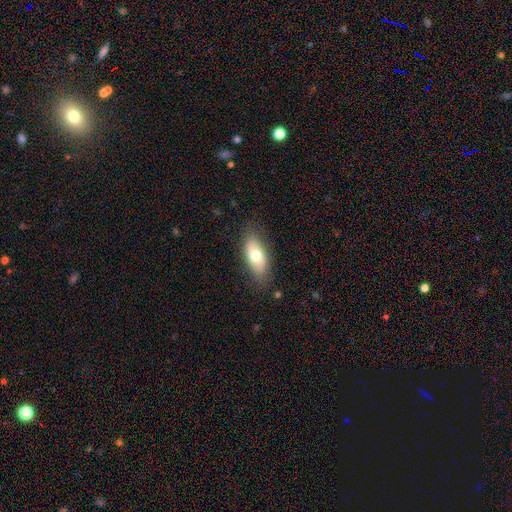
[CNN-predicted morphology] smooth_or_featured: smooth (p=0.67) [alt: featured or disk p=0.26]
how_rounded: in between (p=0.84) [alt: cigar-shaped p=0.12]
merging: none (p=0.82) [alt: minor disturbance p=0.14]